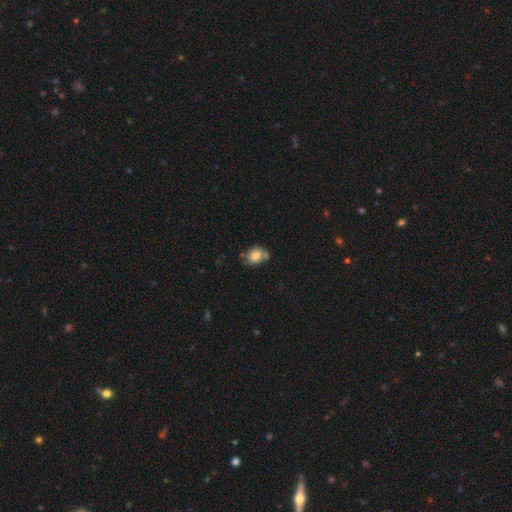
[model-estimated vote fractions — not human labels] This appears to be a smooth galaxy with no disk features (78%) that is round (52%). Merging: none (54%).